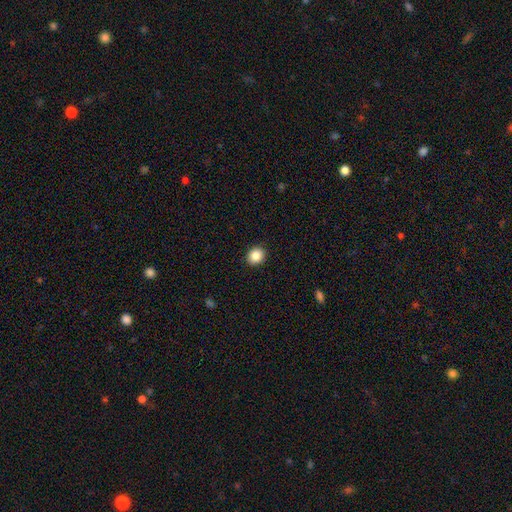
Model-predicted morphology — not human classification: This is clearly a smooth galaxy (86%). How rounded: likely round (75%). Merging: clearly none (92%).